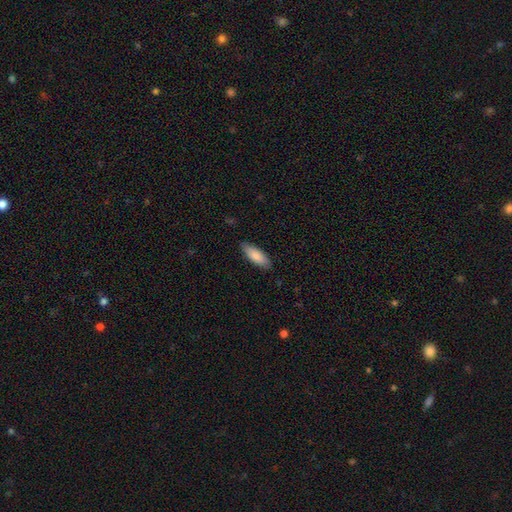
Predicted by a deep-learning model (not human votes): Overall: smooth (85%). How rounded: in between (69%; cigar-shaped 29%). Merging: none (85%).